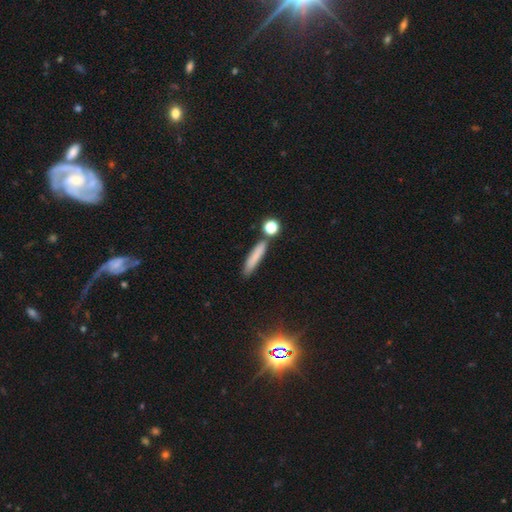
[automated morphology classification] This is likely a smooth galaxy (77%). How rounded: clearly cigar-shaped (87%). Merging: likely none (77%).